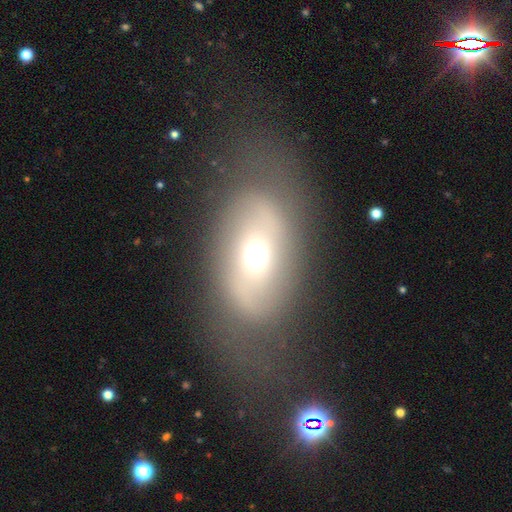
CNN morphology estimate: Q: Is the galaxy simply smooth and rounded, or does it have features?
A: featured or disk — 50%.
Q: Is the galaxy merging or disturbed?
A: none — 68%.